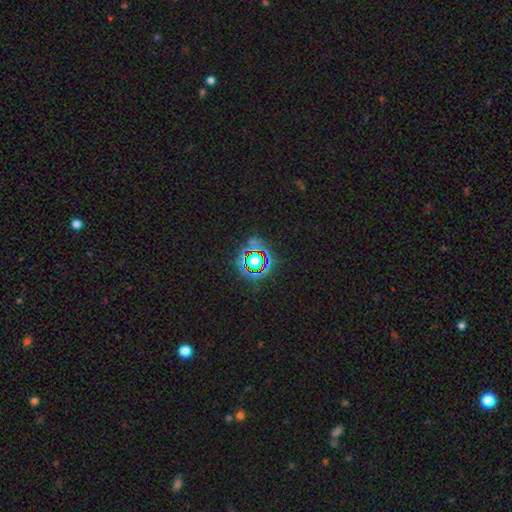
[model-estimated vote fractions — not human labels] Smooth or featured? Predicted: star or artifact (p=0.77).